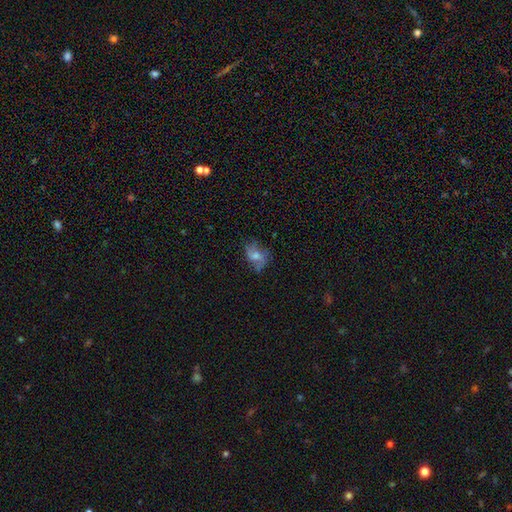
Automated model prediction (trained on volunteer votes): Q: Smooth or featured?
A: smooth (48%); runner-up: featured or disk (42%)
Q: Merging?
A: none (53%); runner-up: minor disturbance (27%)